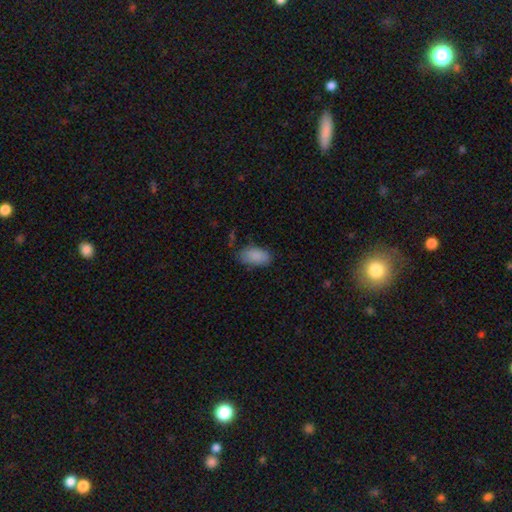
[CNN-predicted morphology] Q: Smooth or featured?
A: smooth (88%); runner-up: star or artifact (7%)
Q: How rounded?
A: in between (93%); runner-up: round (4%)
Q: Merging?
A: none (71%); runner-up: minor disturbance (22%)